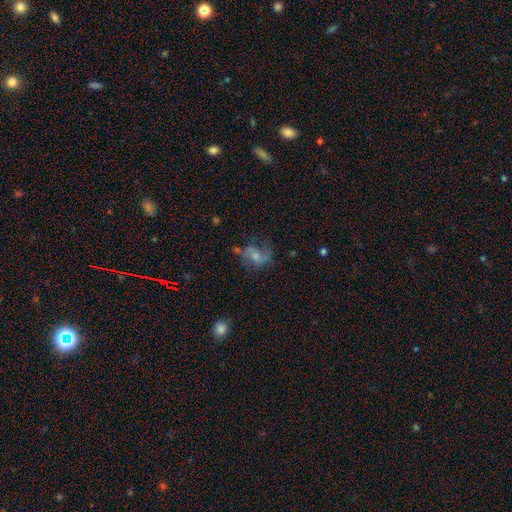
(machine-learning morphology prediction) A featured or disk galaxy (52%) with no bar (55%), spiral arms (76%) and a moderate central bulge (39%, tied with small). Merging: none (41%).